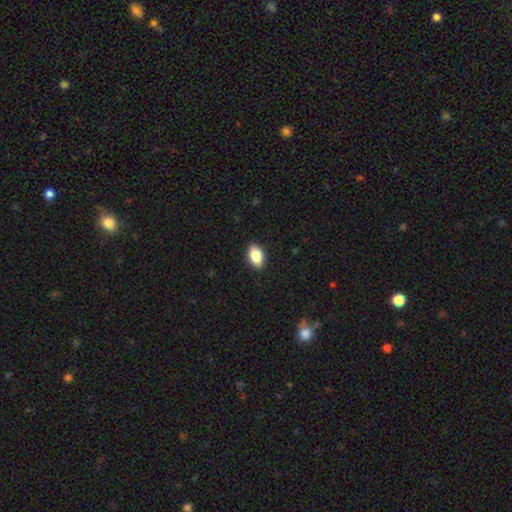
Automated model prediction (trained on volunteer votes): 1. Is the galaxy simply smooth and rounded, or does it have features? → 88% smooth, 7% star or artifact, 5% featured or disk.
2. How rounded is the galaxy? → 92% in between, 7% round, 2% cigar-shaped.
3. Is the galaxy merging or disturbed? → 90% none, 8% minor disturbance, 2% major disturbance, 1% merger.